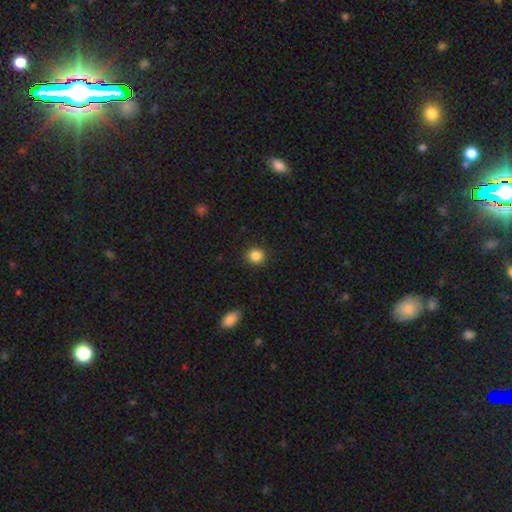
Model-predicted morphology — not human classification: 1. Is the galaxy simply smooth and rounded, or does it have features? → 86% smooth, 10% star or artifact, 4% featured or disk.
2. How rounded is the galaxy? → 87% round, 12% in between, 1% cigar-shaped.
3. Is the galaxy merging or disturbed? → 91% none, 6% minor disturbance, 2% major disturbance, 1% merger.